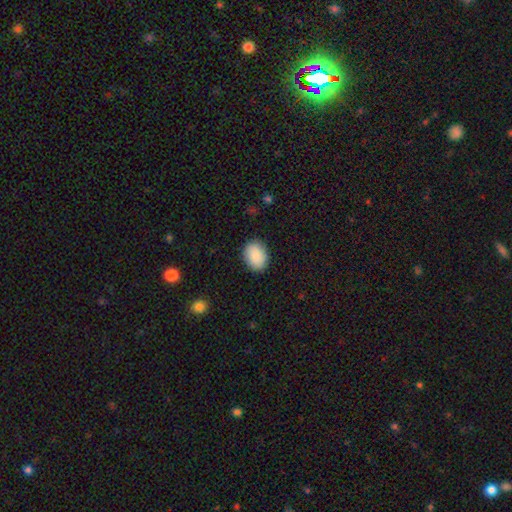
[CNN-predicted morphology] The model was most divided on "how rounded": in between: 67%, round: 32%, cigar-shaped: 1%. More confident: smooth or featured — smooth (90%); merging — none (88%).